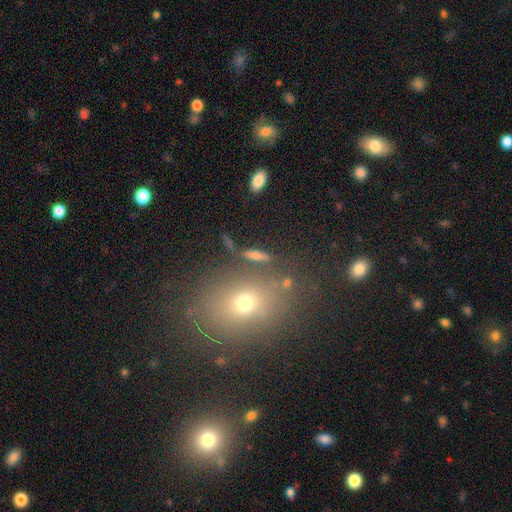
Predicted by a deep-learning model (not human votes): Smooth or featured?
  - smooth: 56% *
  - star or artifact: 23%
  - featured or disk: 20%
How rounded?
  - in between: 57% *
  - round: 31%
  - cigar-shaped: 12%
Merging?
  - none: 76% *
  - minor disturbance: 12%
  - merger: 7%
  - major disturbance: 5%